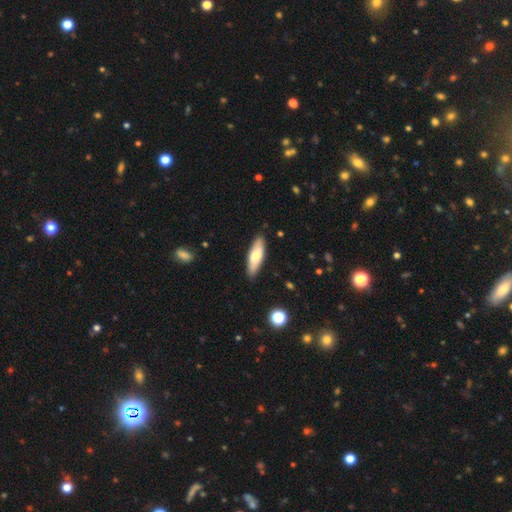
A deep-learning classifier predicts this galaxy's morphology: This appears to be a smooth galaxy with no disk features (68%) that is in between round and cigar-shaped (50%). Merging: none (86%).